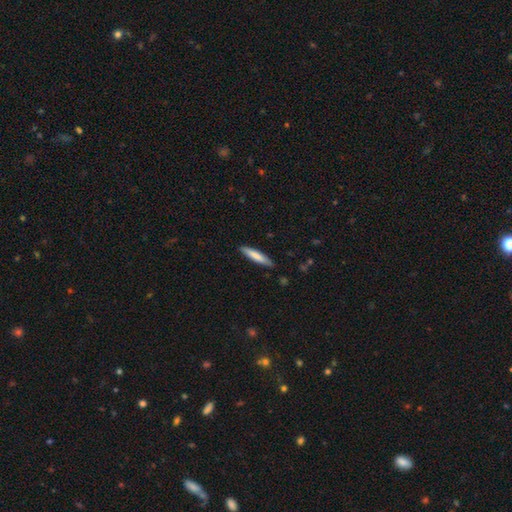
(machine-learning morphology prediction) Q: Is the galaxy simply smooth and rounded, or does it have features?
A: smooth — 78%.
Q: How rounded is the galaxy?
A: cigar-shaped — 87%.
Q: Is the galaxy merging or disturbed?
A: none — 87%.